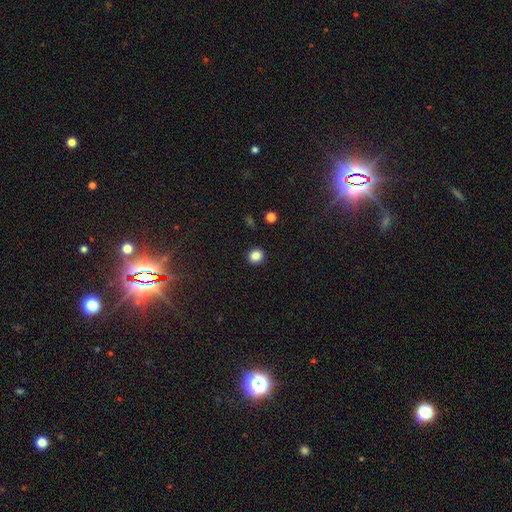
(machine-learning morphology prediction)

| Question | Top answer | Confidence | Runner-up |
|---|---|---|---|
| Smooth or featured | smooth | 86% | star or artifact (11%) |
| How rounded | round | 82% | in between (17%) |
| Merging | none | 92% | minor disturbance (5%) |